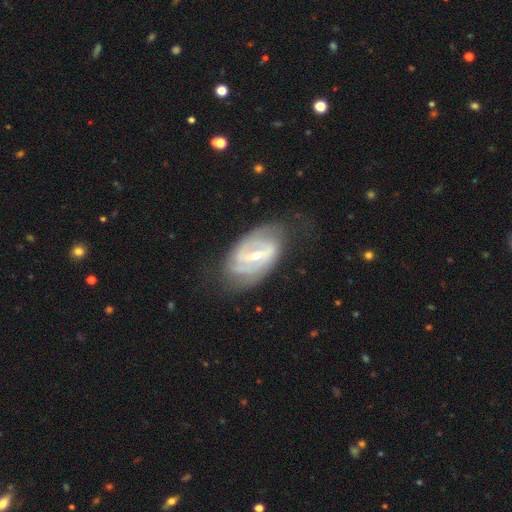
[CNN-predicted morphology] Overall: featured or disk (85%). Edge-on disk: no (94%). Bar: strong (59%; weak 33%). Spiral arms: yes (88%). Spiral arm count: 2 (65%). Spiral winding: tight (49%; medium 36%). Bulge size: small (55%; moderate 42%). Merging: none (67%).